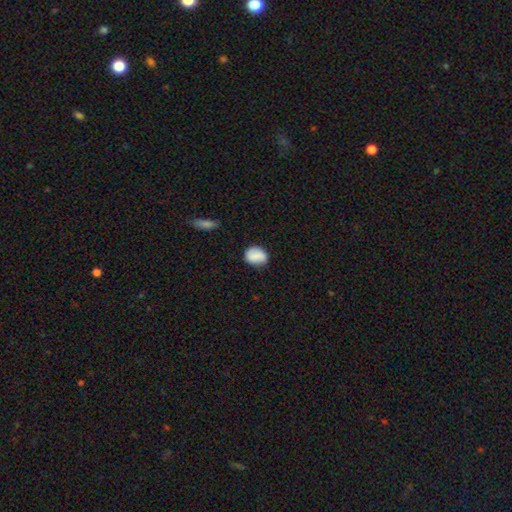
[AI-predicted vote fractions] This is clearly a smooth galaxy (82%). How rounded: possibly in between (56%). Merging: likely none (78%).